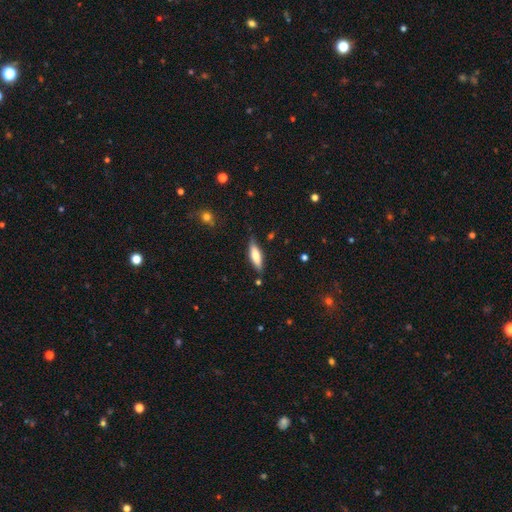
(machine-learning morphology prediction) This appears to be a smooth galaxy with no disk features (66%) that is cigar-shaped (56%). Merging: none (81%).